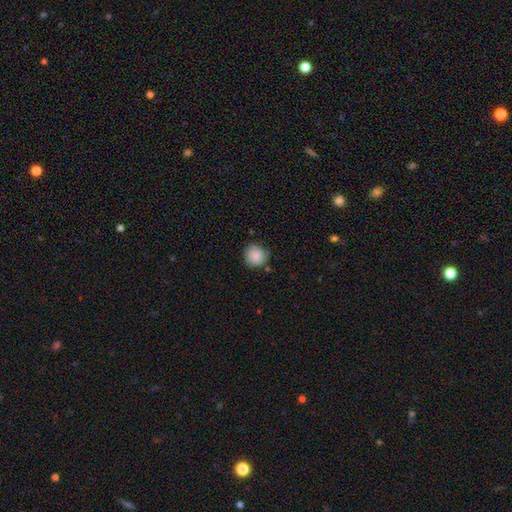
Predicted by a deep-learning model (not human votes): This appears to be a smooth galaxy with no disk features (84%) that is round (91%). Merging: none (70%).